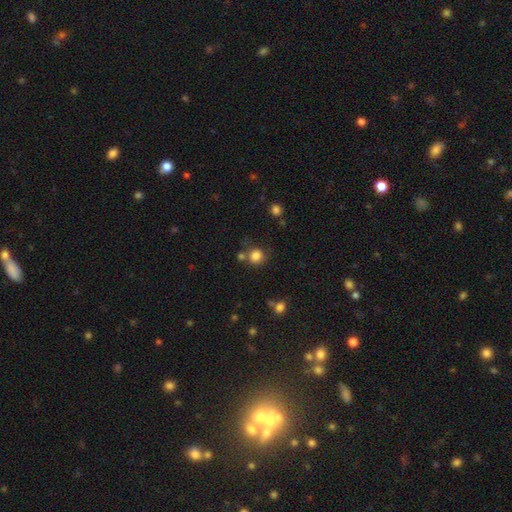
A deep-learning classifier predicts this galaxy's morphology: Overall: smooth (83%). How rounded: round (91%). Merging: none (73%).